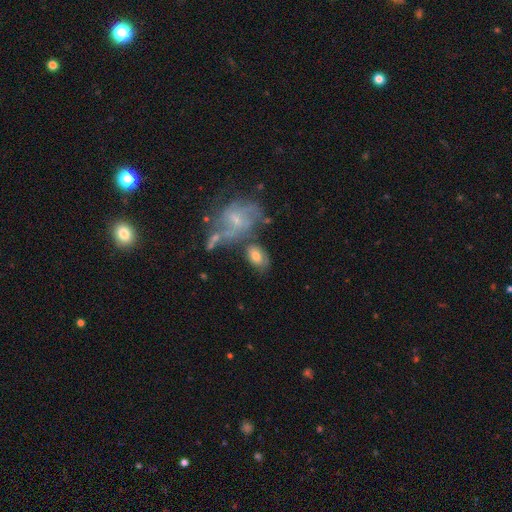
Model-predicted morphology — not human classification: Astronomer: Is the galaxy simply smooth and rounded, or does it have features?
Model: smooth — 66%.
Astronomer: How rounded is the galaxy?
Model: in between — 85%.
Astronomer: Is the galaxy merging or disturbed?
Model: none — 55%.